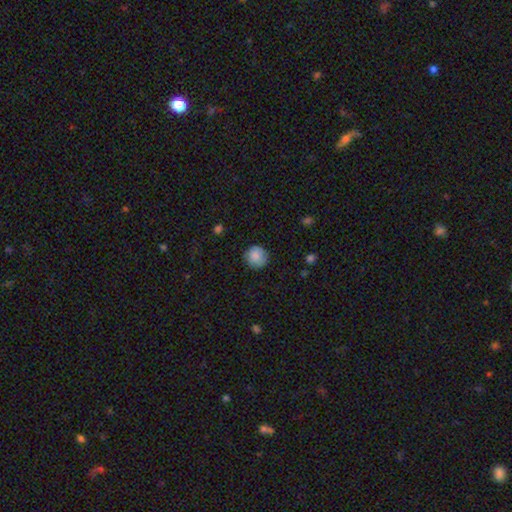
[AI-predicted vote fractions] Overall: smooth (86%). How rounded: round (93%). Merging: none (86%).